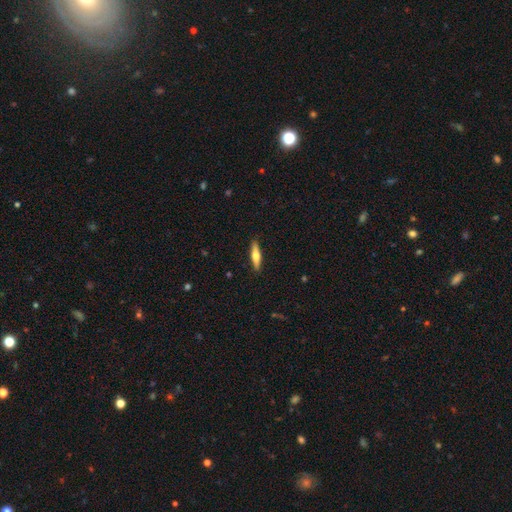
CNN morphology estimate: This appears to be a smooth galaxy with no disk features (49%). Merging: none (90%).